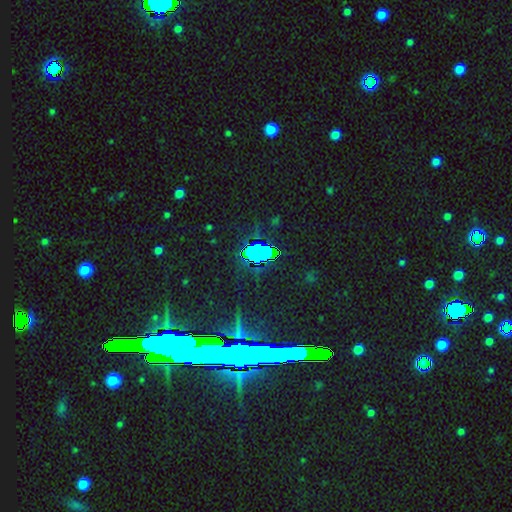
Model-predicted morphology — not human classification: The model was most divided on "smooth or featured": star or artifact: 73%, smooth: 17%, featured or disk: 9%.